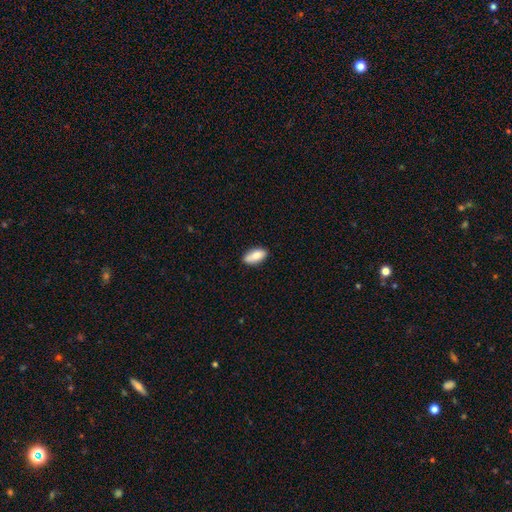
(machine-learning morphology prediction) smooth_or_featured: smooth (p=0.83) [alt: featured or disk p=0.10]
how_rounded: in between (p=0.88) [alt: cigar-shaped p=0.10]
merging: none (p=0.77) [alt: minor disturbance p=0.16]